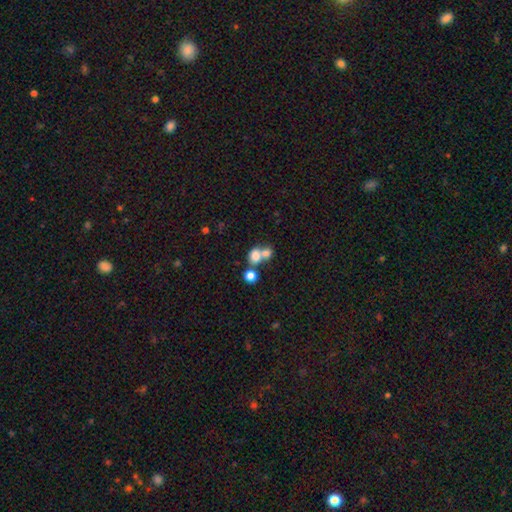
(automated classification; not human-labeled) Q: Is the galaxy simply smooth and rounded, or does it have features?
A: smooth — 74%.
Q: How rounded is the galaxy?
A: round — 54%.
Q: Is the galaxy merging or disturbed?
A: merger — 59%.